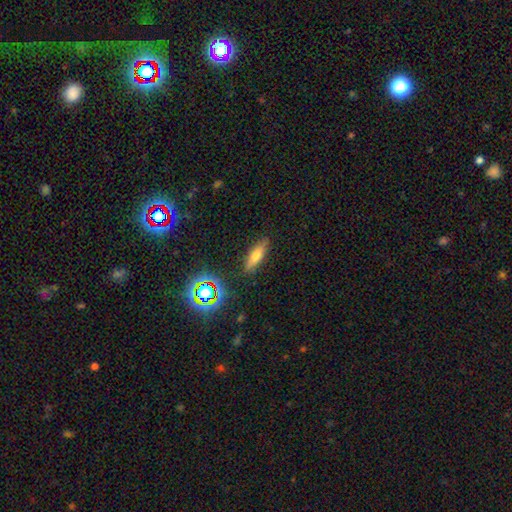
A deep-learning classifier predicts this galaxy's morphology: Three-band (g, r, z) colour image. It shows a smooth galaxy with no disk features (62%) that is cigar-shaped (53%). Merging: none (86%).